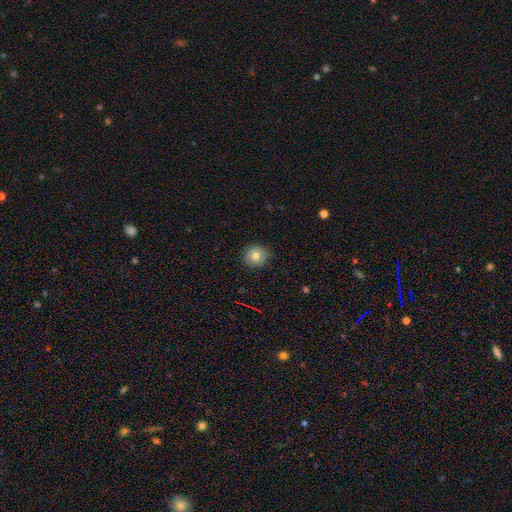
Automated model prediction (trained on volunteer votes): Overall: smooth (69%). How rounded: round (89%). Merging: none (85%).